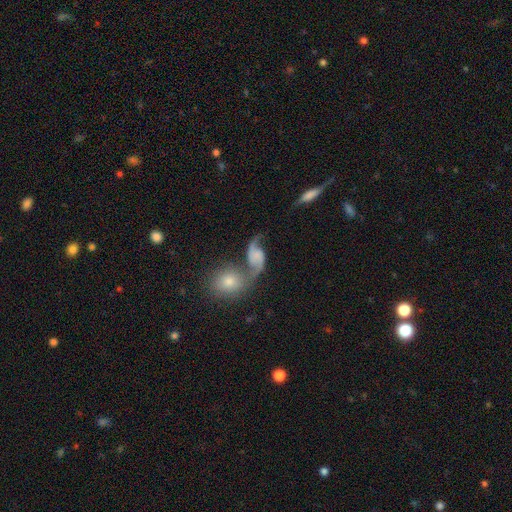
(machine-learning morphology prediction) Overall: featured or disk (76%). Edge-on disk: no (97%). Bar: no (60%; weak 31%). Spiral arms: yes (93%). Spiral arm count: 2 (91%). Spiral winding: loose (83%). Bulge size: none (47%; small 25%). Merging: merger (46%; none 30%).